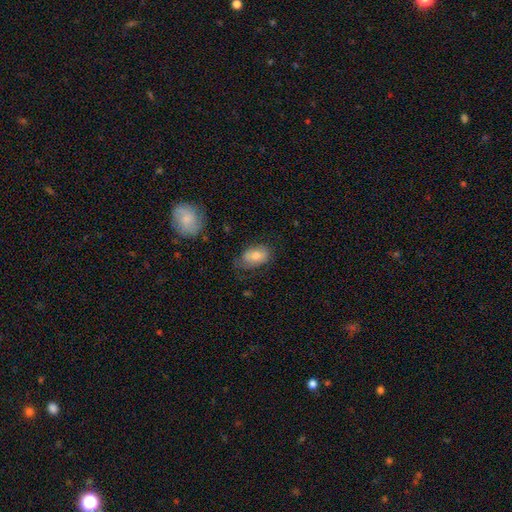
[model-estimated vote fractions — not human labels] Smooth or featured?
  - smooth: 71% *
  - featured or disk: 21%
  - star or artifact: 8%
How rounded?
  - in between: 87% *
  - round: 11%
  - cigar-shaped: 2%
Merging?
  - none: 57% *
  - minor disturbance: 30%
  - major disturbance: 11%
  - merger: 2%